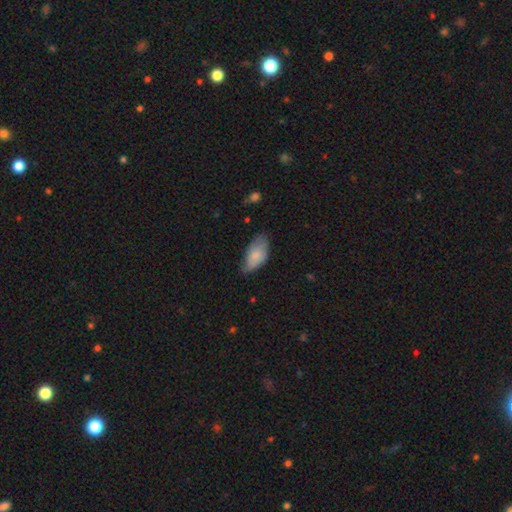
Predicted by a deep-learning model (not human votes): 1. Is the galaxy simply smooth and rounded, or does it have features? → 78% smooth, 16% featured or disk, 6% star or artifact.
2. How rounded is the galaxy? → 93% in between, 4% cigar-shaped, 3% round.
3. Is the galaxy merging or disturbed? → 50% none, 40% minor disturbance, 8% major disturbance, 2% merger.